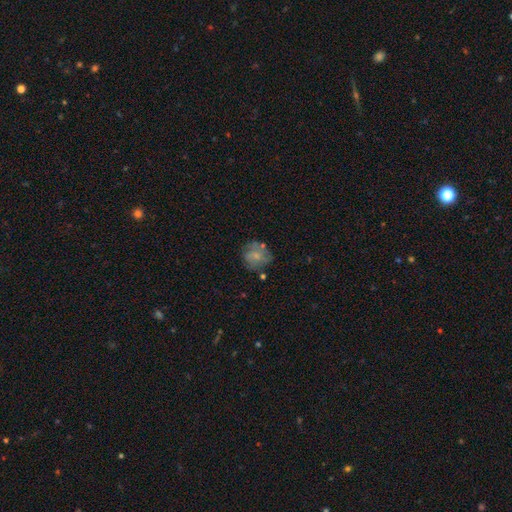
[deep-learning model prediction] This is likely a smooth galaxy (61%). How rounded: likely round (77%). Merging: possibly none (59%).